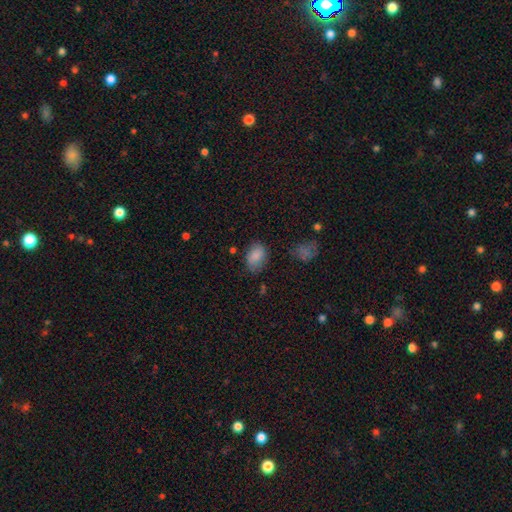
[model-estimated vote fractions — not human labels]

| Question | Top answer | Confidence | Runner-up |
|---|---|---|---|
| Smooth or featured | smooth | 84% | star or artifact (8%) |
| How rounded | in between | 82% | round (17%) |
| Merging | none | 70% | minor disturbance (22%) |